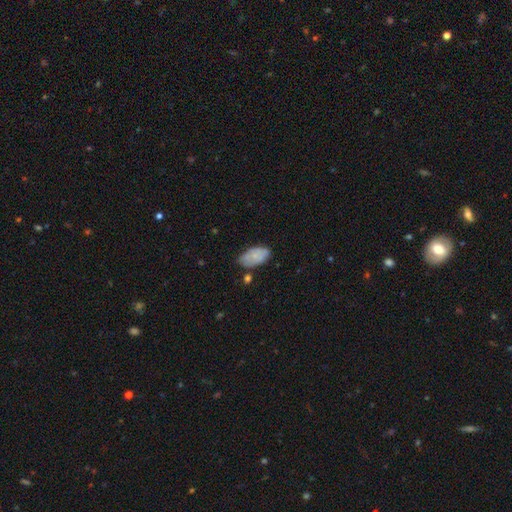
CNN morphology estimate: Q: Smooth or featured?
A: smooth (72%); runner-up: featured or disk (21%)
Q: How rounded?
A: in between (94%); runner-up: round (3%)
Q: Merging?
A: none (63%); runner-up: minor disturbance (26%)